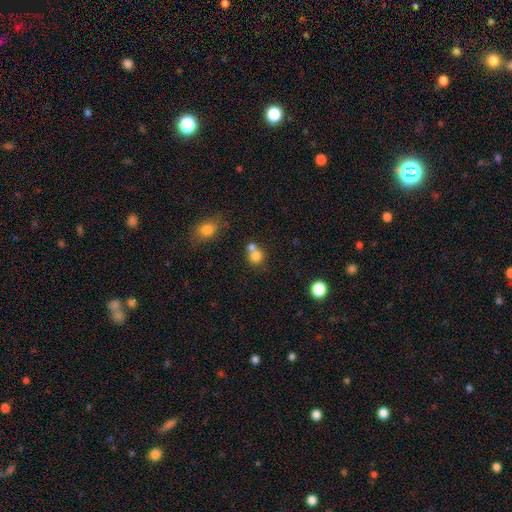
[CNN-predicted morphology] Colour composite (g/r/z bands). It shows a smooth galaxy with no disk features (77%) that is round (80%). Merging: merger (48%).